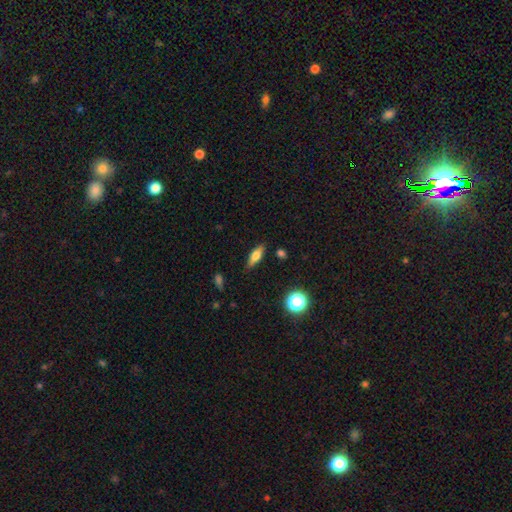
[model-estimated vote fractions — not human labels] This appears to be a smooth galaxy with no disk features (61%) that is in between round and cigar-shaped (55%). Merging: none (85%).